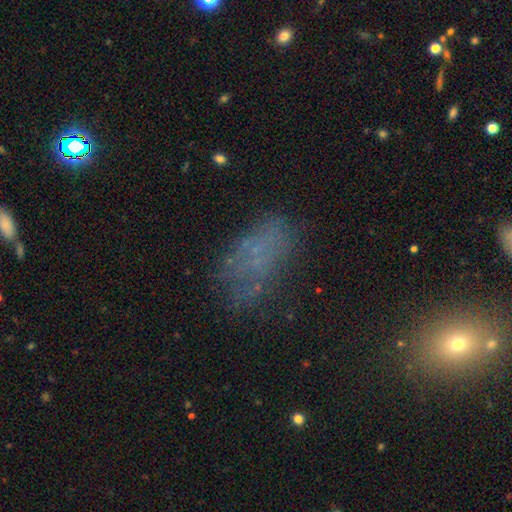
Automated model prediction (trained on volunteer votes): Morphology: type=smooth (50%); merging=none (56%).